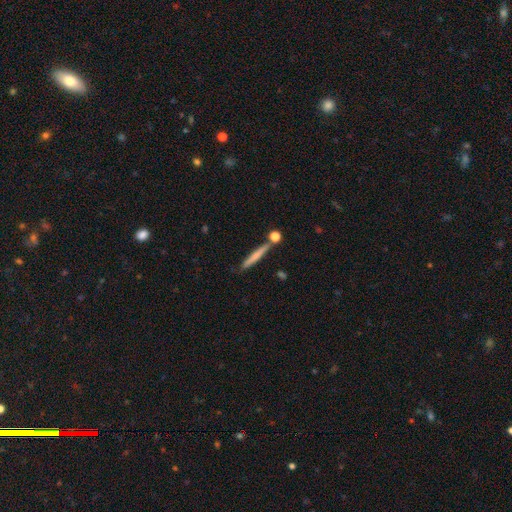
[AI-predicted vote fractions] Overall: smooth (63%; featured or disk 31%). How rounded: cigar-shaped (94%). Merging: none (76%).